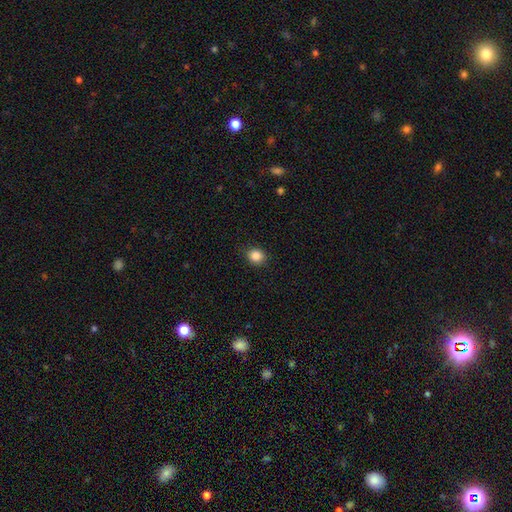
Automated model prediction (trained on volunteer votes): Overall: smooth (86%). How rounded: round (77%). Merging: none (88%).